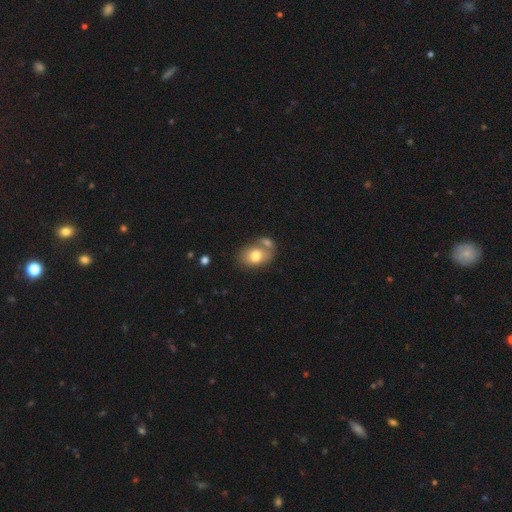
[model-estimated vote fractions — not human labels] Smooth or featured: smooth — 75% (featured or disk — 17%)
How rounded: in between — 73% (round — 26%)
Merging: none — 46% (merger — 35%)